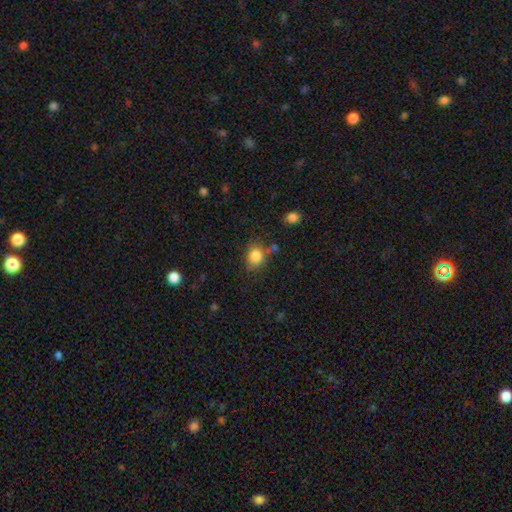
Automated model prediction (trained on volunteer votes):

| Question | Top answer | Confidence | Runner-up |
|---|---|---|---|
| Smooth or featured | smooth | 84% | star or artifact (10%) |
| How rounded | round | 61% | in between (38%) |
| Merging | none | 67% | minor disturbance (19%) |